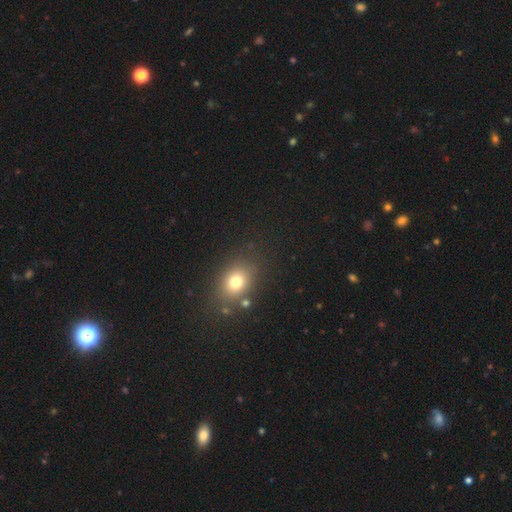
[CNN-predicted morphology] Smooth or featured? smooth (58%)
How rounded? in between (50%)
Merging? none (85%)